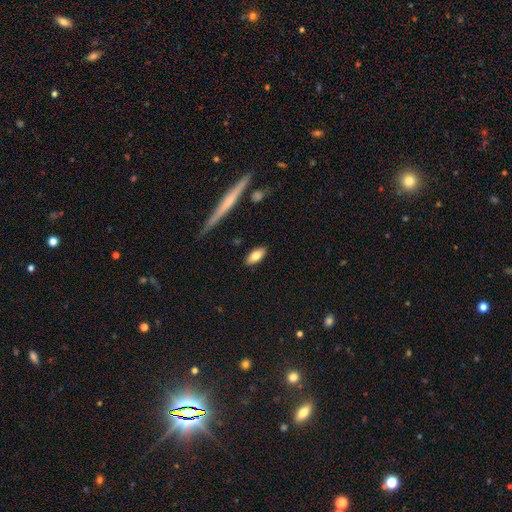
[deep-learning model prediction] smooth 75%, featured or disk 18%, star or artifact 7%. Down the decision tree: how rounded — in between (85%); merging — none (87%).